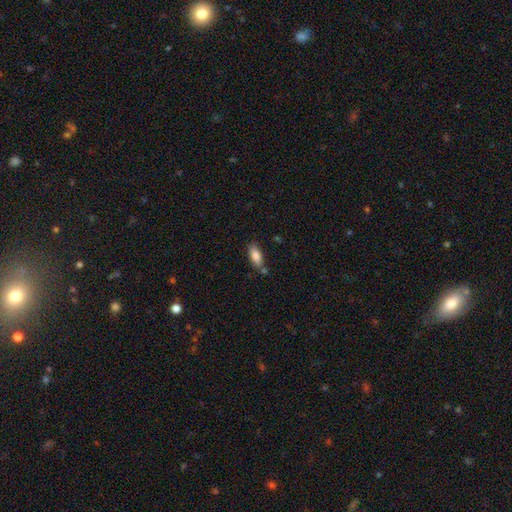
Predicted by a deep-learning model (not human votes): The model was most divided on "merging": none: 70%, minor disturbance: 16%, merger: 10%, major disturbance: 4%. More confident: smooth or featured — smooth (83%); how rounded — in between (80%).